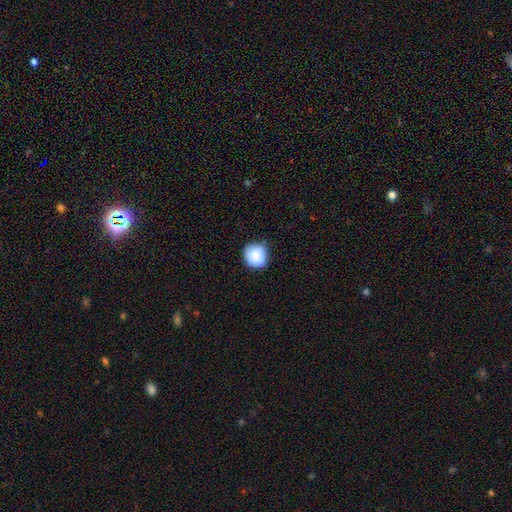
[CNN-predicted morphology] smooth-or-featured: smooth: 83% | featured or disk: 9% | star or artifact: 7%
  how-rounded: round: 87% | in between: 12% | cigar-shaped: 1%
  merging: none: 77% | minor disturbance: 19% | major disturbance: 3% | merger: 1%